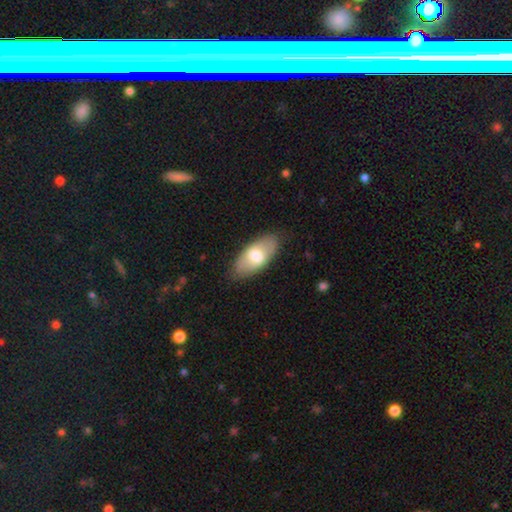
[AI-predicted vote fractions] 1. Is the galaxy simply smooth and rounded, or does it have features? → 62% smooth, 32% featured or disk, 6% star or artifact.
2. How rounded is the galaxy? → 90% in between, 7% cigar-shaped, 3% round.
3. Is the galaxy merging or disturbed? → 82% none, 13% minor disturbance, 4% major disturbance, 1% merger.